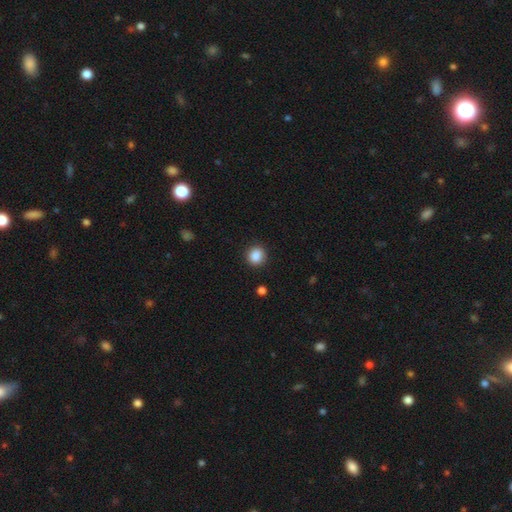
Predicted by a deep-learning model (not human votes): Smooth or featured: smooth — 88% (star or artifact — 9%)
How rounded: round — 85% (in between — 14%)
Merging: none — 90% (minor disturbance — 7%)